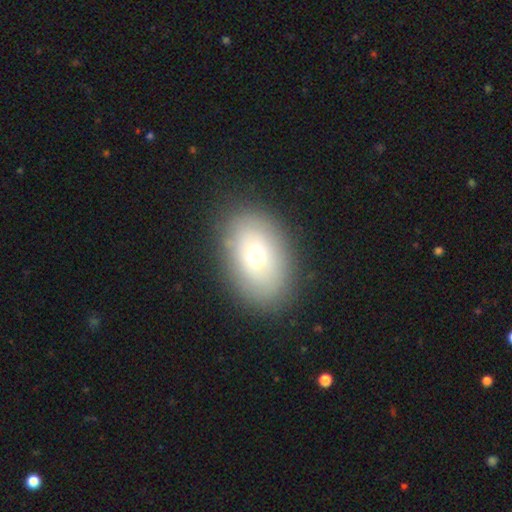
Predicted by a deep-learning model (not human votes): smooth-or-featured: smooth: 64% | featured or disk: 26% | star or artifact: 10%
  how-rounded: in between: 83% | round: 15% | cigar-shaped: 1%
  merging: none: 84% | minor disturbance: 11% | major disturbance: 4% | merger: 1%